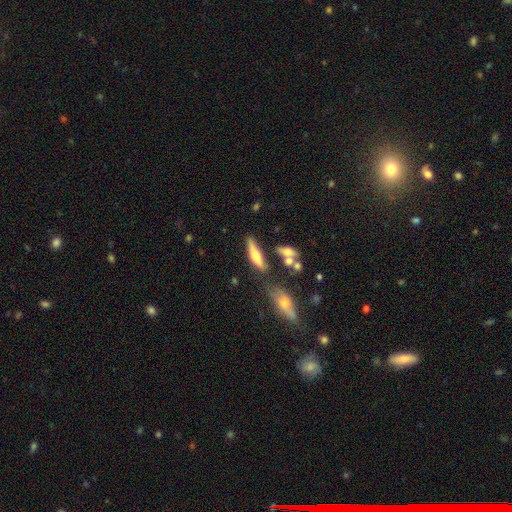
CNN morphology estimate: Smooth or featured: smooth — 57% (featured or disk — 35%)
How rounded: cigar-shaped — 59% (in between — 38%)
Merging: none — 57% (minor disturbance — 19%)